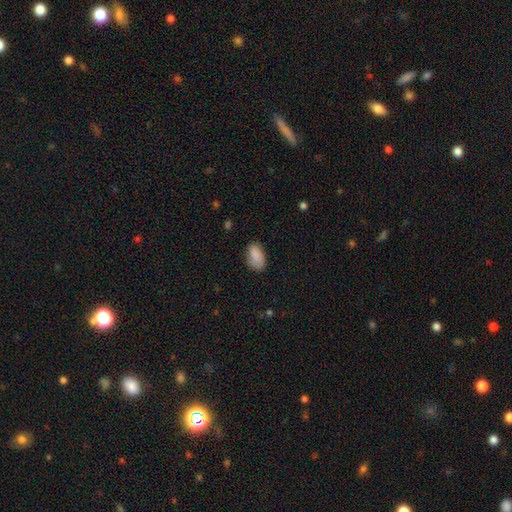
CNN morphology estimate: Overall: smooth (87%). How rounded: in between (92%). Merging: none (70%).